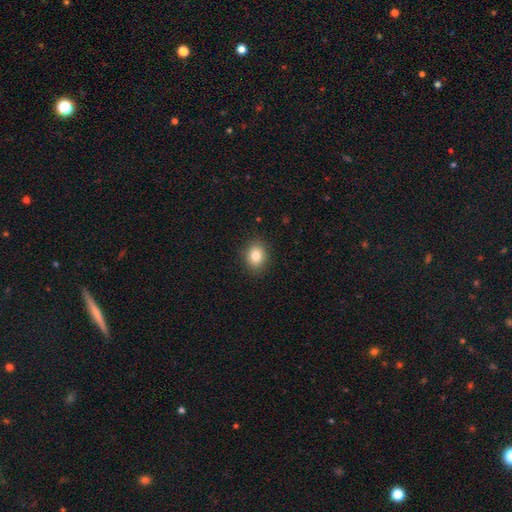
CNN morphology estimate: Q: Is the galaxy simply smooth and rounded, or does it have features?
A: smooth — 83%.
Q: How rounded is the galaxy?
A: in between — 51%.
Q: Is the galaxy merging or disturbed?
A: none — 89%.